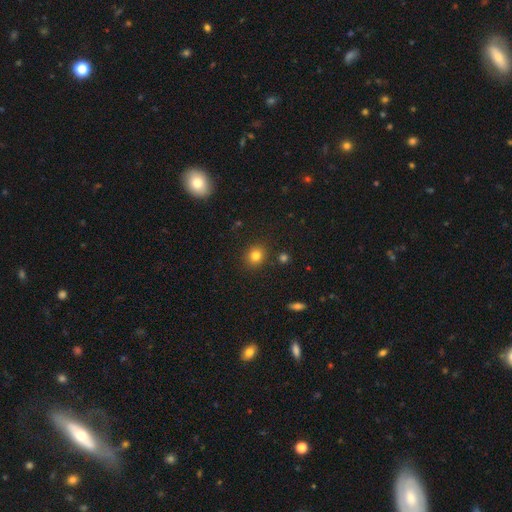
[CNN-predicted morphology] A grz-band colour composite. It shows a smooth galaxy with no disk features (81%) that is round (78%). Merging: none (87%).